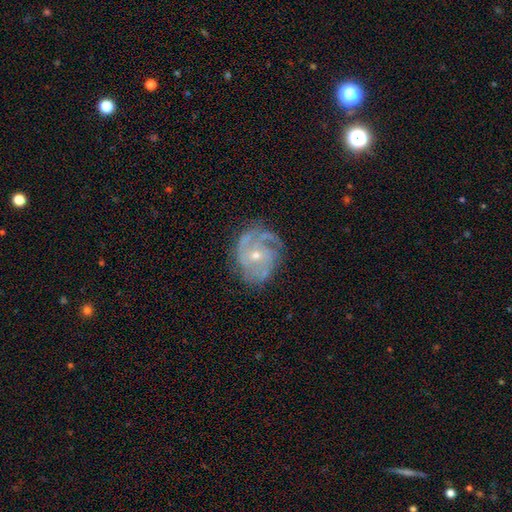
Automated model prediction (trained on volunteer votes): A featured or disk galaxy (83%) with no bar (68%), 2 (28%, tied with can't tell) tight (49%) spiral arms (91%) and a small central bulge (57%). Merging: none (63%).